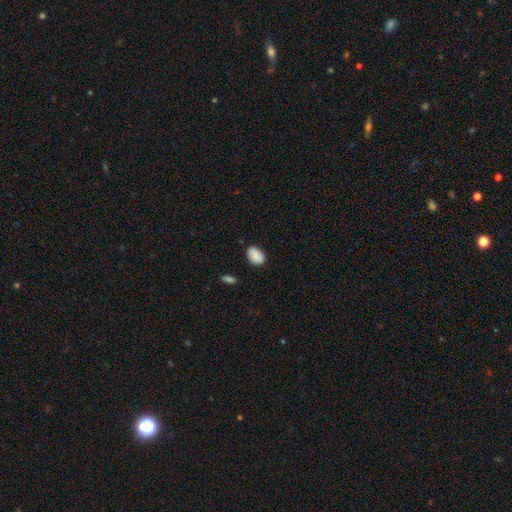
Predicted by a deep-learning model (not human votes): Q: Smooth or featured?
A: smooth (84%); runner-up: featured or disk (8%)
Q: How rounded?
A: in between (86%); runner-up: round (13%)
Q: Merging?
A: none (75%); runner-up: minor disturbance (19%)